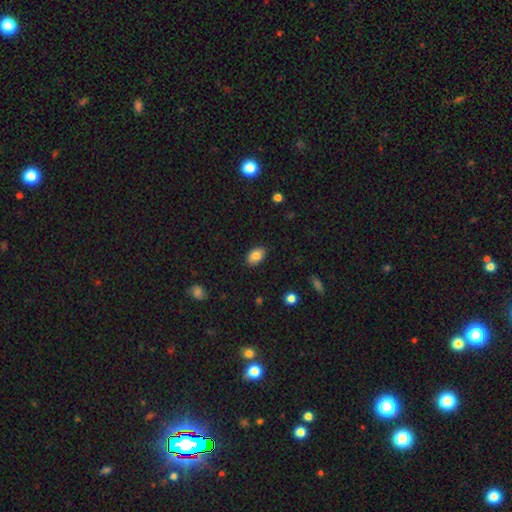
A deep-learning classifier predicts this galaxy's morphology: Smooth or featured? Predicted: smooth (p=0.84). How rounded? Predicted: in between (p=0.87). Merging? Predicted: none (p=0.87).